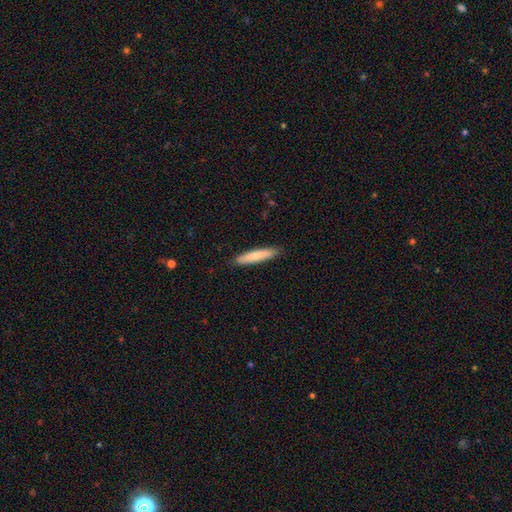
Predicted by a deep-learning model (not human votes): smooth_or_featured: smooth (p=0.73) [alt: featured or disk p=0.21]
how_rounded: cigar-shaped (p=0.88) [alt: in between p=0.10]
merging: none (p=0.89) [alt: minor disturbance p=0.09]